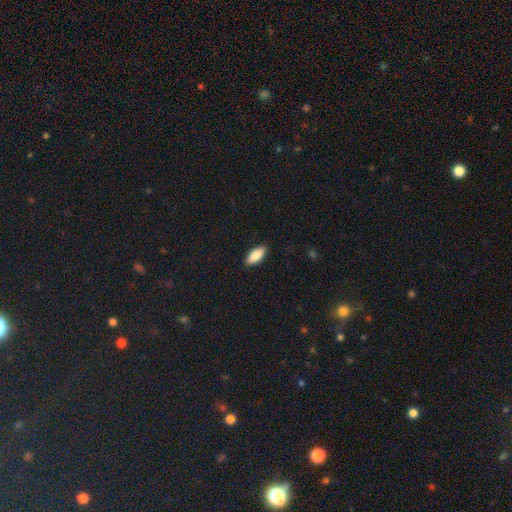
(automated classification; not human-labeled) Smooth or featured? smooth (86%)
How rounded? in between (82%)
Merging? none (89%)